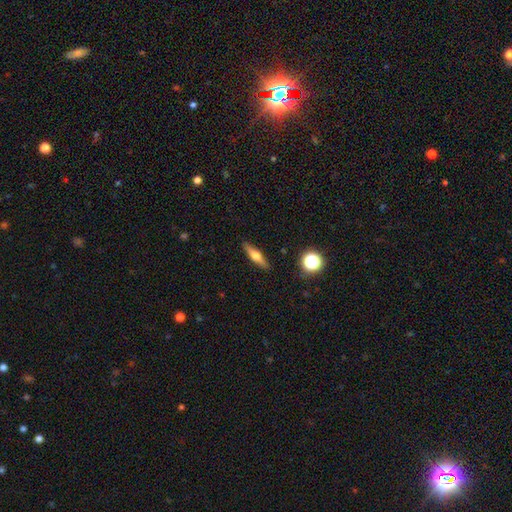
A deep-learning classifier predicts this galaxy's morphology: Smooth or featured? Predicted: featured or disk (p=0.54). Edge-on disk? Predicted: yes (p=0.94). Edge-on bulge? Predicted: rounded (p=0.93). Merging? Predicted: none (p=0.90).